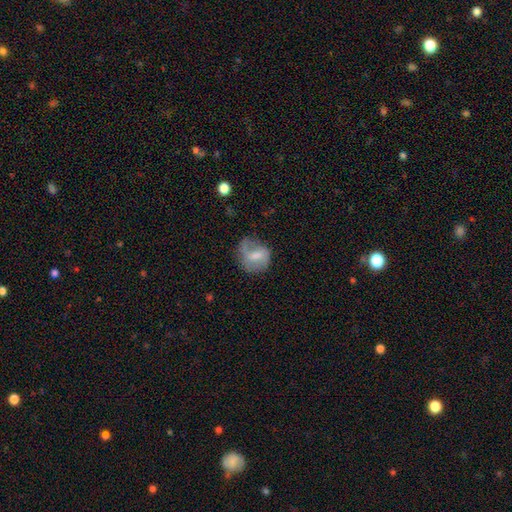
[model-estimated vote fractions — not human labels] A featured or disk galaxy (47%). Merging: none (48%).